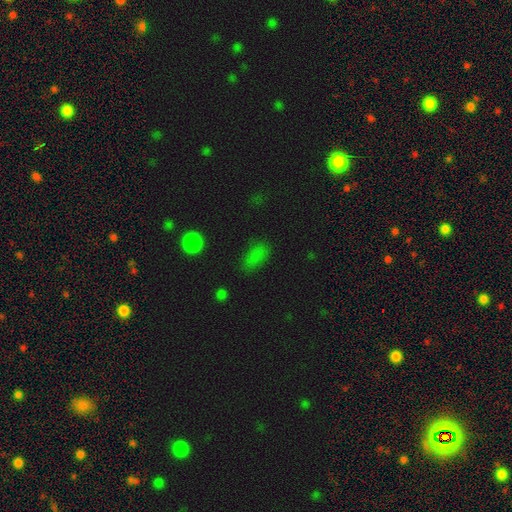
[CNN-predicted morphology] A smooth galaxy with no disk features (72%) that is in between round and cigar-shaped (84%). Merging: none (69%).